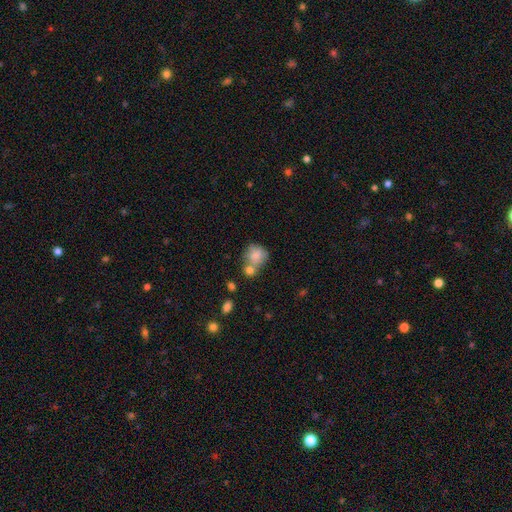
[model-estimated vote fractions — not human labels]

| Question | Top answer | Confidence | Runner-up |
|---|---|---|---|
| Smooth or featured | smooth | 76% | featured or disk (16%) |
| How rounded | round | 66% | in between (33%) |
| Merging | merger | 43% | none (34%) |